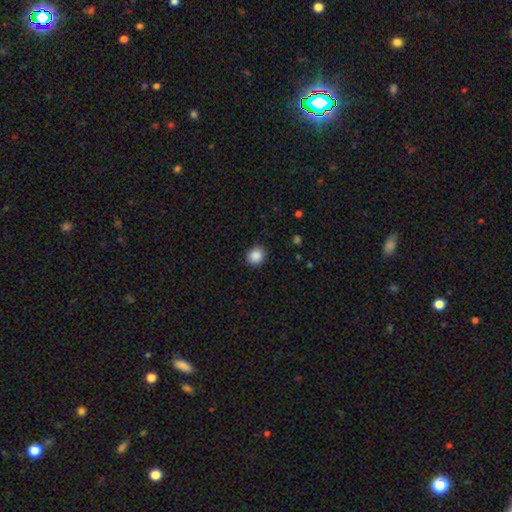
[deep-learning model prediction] smooth_or_featured: smooth (p=0.88) [alt: star or artifact p=0.09]
how_rounded: round (p=0.74) [alt: in between p=0.25]
merging: none (p=0.90) [alt: minor disturbance p=0.07]